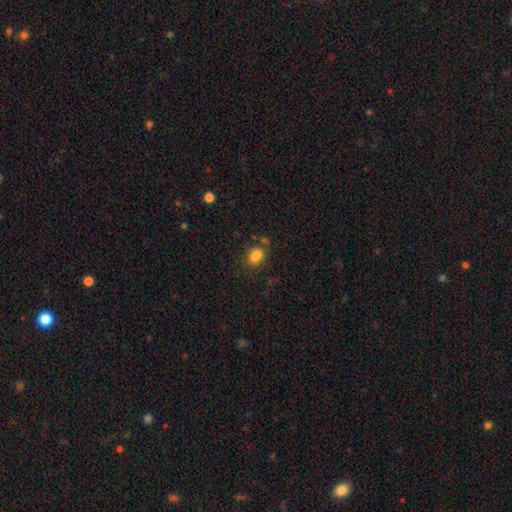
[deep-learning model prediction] Overall: smooth (84%). How rounded: in between (67%; round 32%). Merging: none (70%).